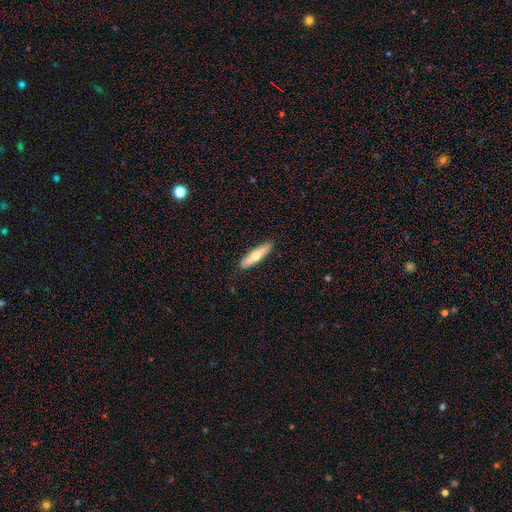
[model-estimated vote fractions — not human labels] Smooth or featured: smooth — 58% (featured or disk — 37%)
How rounded: cigar-shaped — 79% (in between — 20%)
Merging: none — 90% (minor disturbance — 8%)